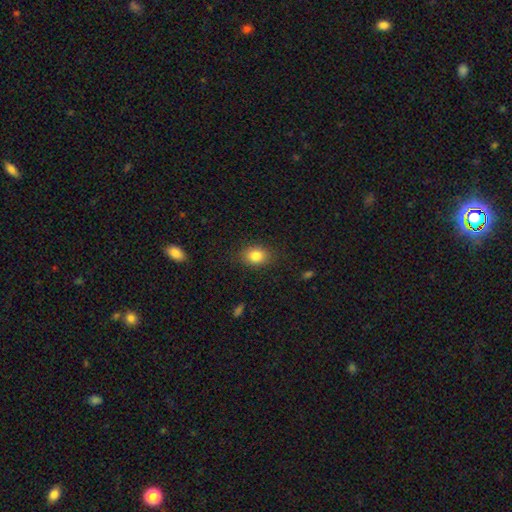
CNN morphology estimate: type=smooth (83%); roundness=in between (61%); merging=none (86%).